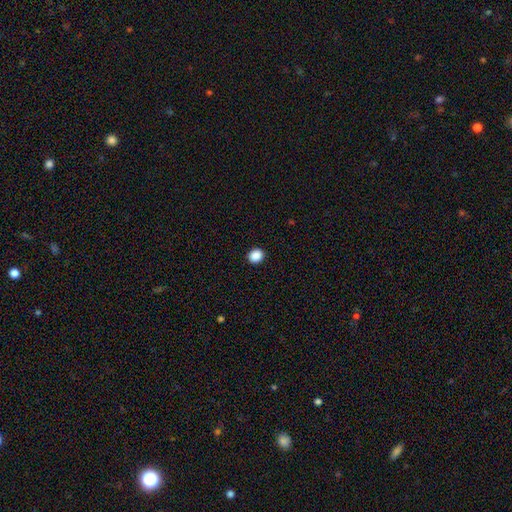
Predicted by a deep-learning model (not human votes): Smooth or featured? smooth (89%)
How rounded? round (73%)
Merging? none (92%)